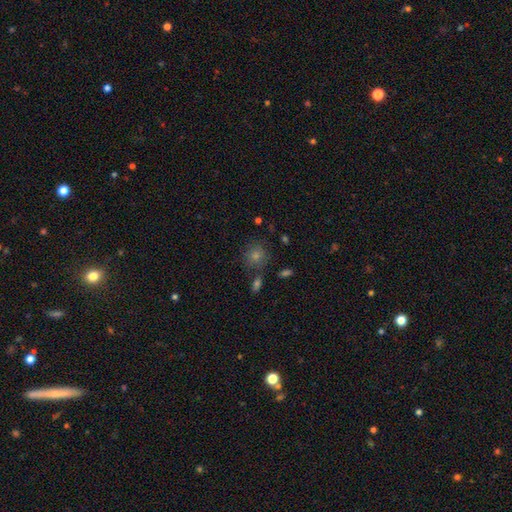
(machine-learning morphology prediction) type=smooth (57%); roundness=round (88%); merging=none (77%).